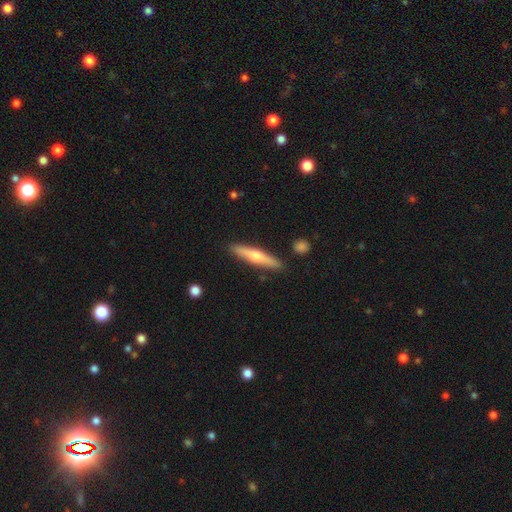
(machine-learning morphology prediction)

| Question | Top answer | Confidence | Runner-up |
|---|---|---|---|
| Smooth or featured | featured or disk | 51% | smooth (43%) |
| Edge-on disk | yes | 94% | no (6%) |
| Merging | none | 89% | minor disturbance (8%) |